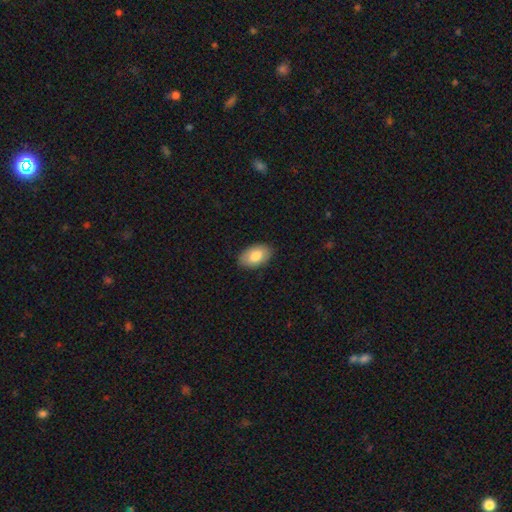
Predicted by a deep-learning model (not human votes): This is clearly a smooth galaxy (81%). How rounded: clearly in between (93%). Merging: clearly none (86%).